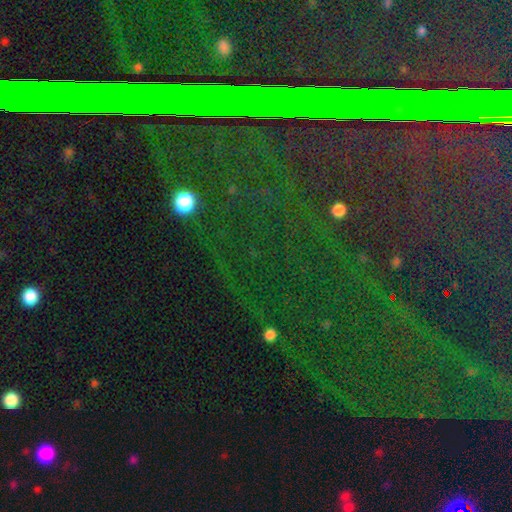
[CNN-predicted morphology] This appears to be a star or artifact, not a galaxy (79%).